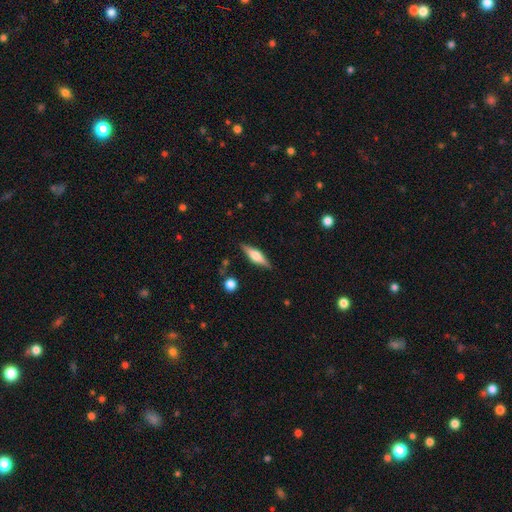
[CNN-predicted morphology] Smooth or featured?
  - featured or disk: 57% *
  - smooth: 36%
  - star or artifact: 7%
Edge-on disk?
  - yes: 95% *
  - no: 5%
Edge-on bulge?
  - rounded: 85% *
  - boxy: 12%
  - none: 3%
Merging?
  - none: 87% *
  - minor disturbance: 9%
  - major disturbance: 2%
  - merger: 2%